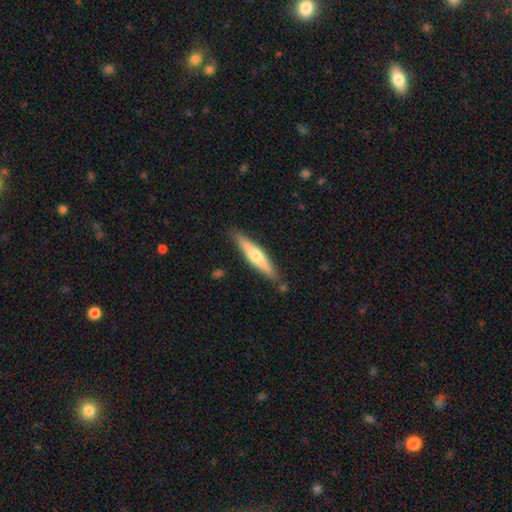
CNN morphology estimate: Smooth or featured?
  - smooth: 49% *
  - featured or disk: 46%
  - star or artifact: 5%
Merging?
  - none: 85% *
  - minor disturbance: 11%
  - merger: 2%
  - major disturbance: 2%